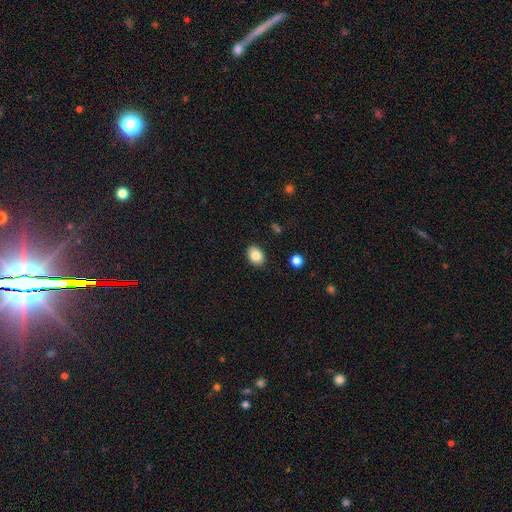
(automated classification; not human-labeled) Morphology: type=smooth (85%); roundness=in between (70%); merging=none (88%).